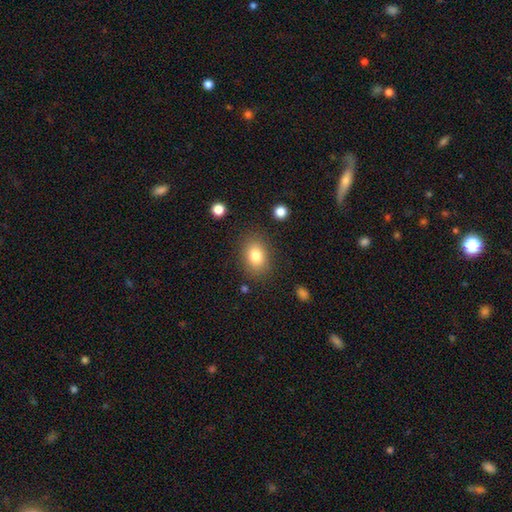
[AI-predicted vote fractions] smooth 82%, star or artifact 9%, featured or disk 9%. Down the decision tree: how rounded — in between (74%); merging — none (83%).